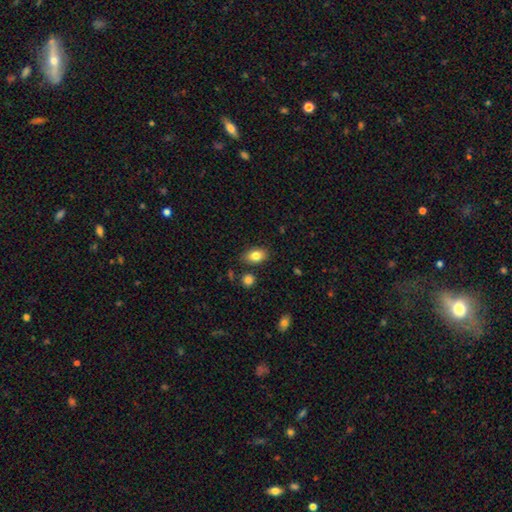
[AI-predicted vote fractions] smooth_or_featured: smooth (p=0.83) [alt: featured or disk p=0.09]
how_rounded: in between (p=0.86) [alt: round p=0.13]
merging: none (p=0.81) [alt: minor disturbance p=0.12]